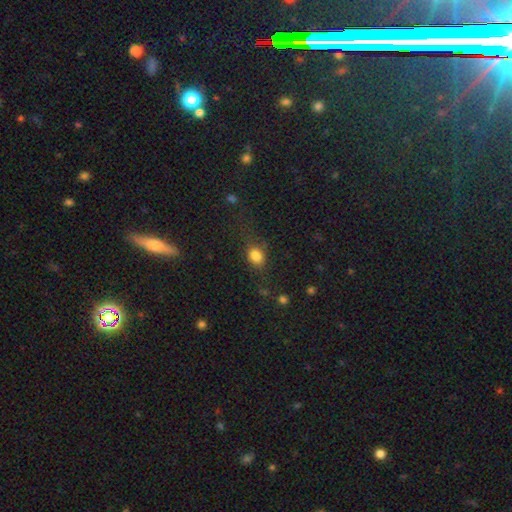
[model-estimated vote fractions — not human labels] Smooth or featured: smooth — 81% (star or artifact — 12%)
How rounded: in between — 61% (round — 36%)
Merging: none — 61% (minor disturbance — 21%)